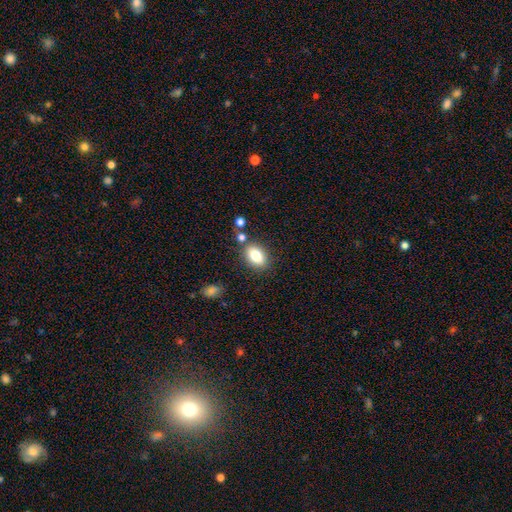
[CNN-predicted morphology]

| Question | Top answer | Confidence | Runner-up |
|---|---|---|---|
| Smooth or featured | smooth | 81% | featured or disk (10%) |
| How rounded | in between | 86% | round (12%) |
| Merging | none | 78% | minor disturbance (11%) |